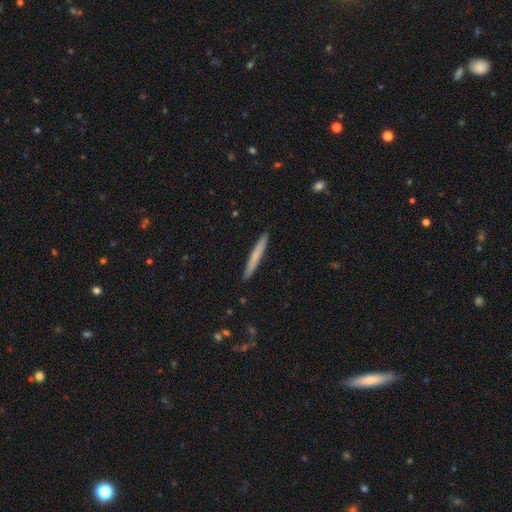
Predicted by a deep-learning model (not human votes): A smooth galaxy with no disk features (66%) that is cigar-shaped (96%). Merging: none (92%).